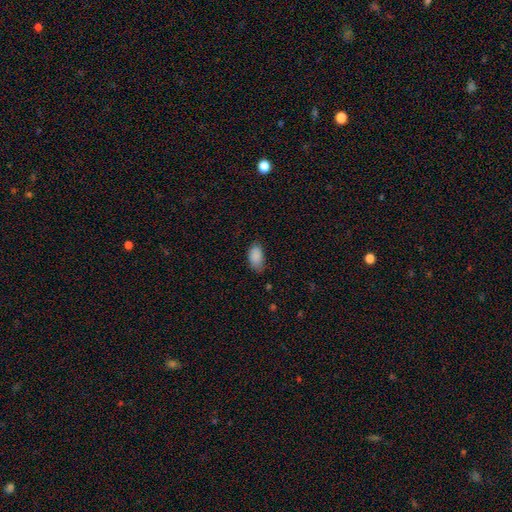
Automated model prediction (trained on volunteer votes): smooth-or-featured: smooth: 88% | star or artifact: 8% | featured or disk: 4%
  how-rounded: in between: 93% | round: 4% | cigar-shaped: 2%
  merging: none: 64% | minor disturbance: 29% | major disturbance: 6% | merger: 1%